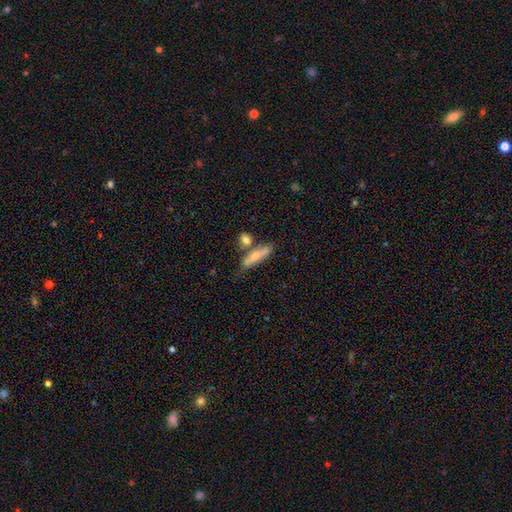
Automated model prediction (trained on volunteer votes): Morphology: type=smooth (69%); roundness=cigar-shaped (70%); merging=none (53%).